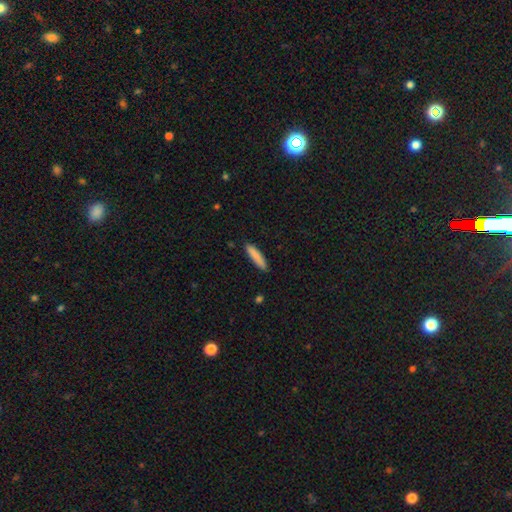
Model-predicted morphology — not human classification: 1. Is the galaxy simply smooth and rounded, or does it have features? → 86% smooth, 8% featured or disk, 6% star or artifact.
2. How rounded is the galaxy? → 86% cigar-shaped, 13% in between, 1% round.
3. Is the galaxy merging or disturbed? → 88% none, 9% minor disturbance, 2% major disturbance, 1% merger.